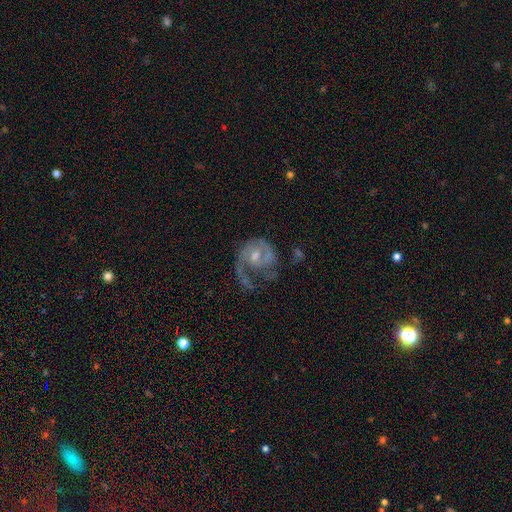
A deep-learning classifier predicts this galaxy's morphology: Overall: featured or disk (82%). Edge-on disk: no (98%). Bar: no (63%; weak 31%). Spiral arms: yes (90%). Spiral arm count: 1 (51%; 2 32%). Spiral winding: medium (42%; tight 31%). Bulge size: moderate (50%; small 41%). Merging: none (39%; major disturbance 38%).